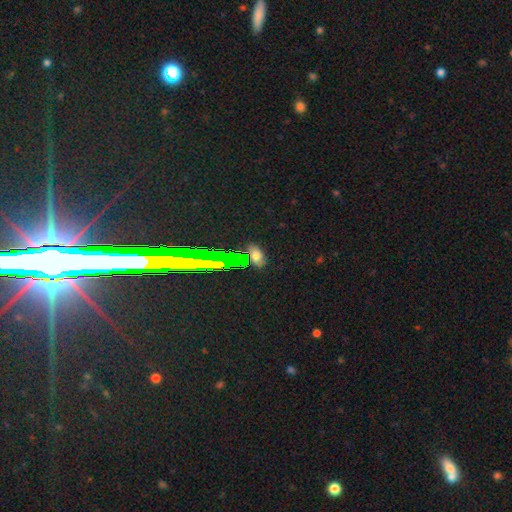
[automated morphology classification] smooth 55%, star or artifact 34%, featured or disk 11%. Down the decision tree: how rounded — in between (81%); merging — none (76%).